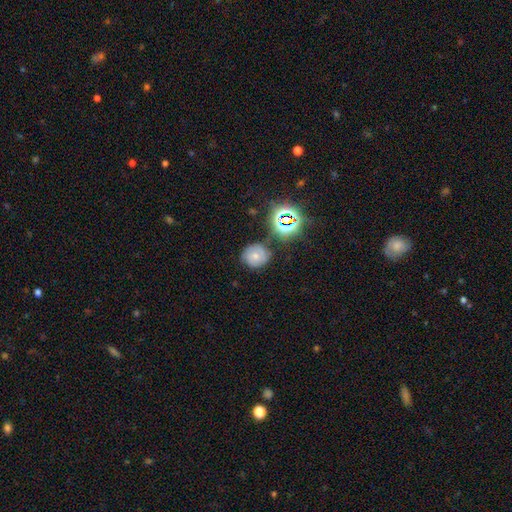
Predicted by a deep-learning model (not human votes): Morphology: type=smooth (42%); merging=none (71%).